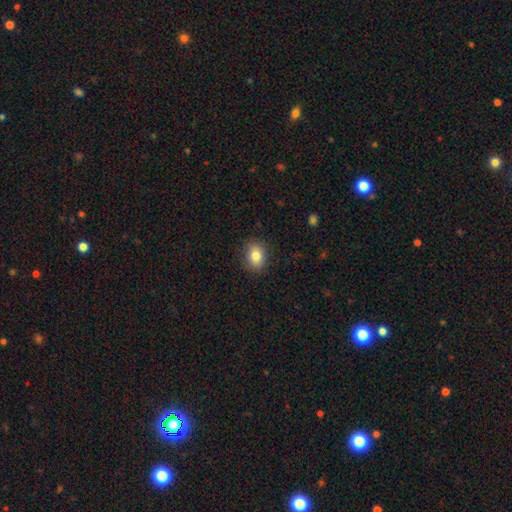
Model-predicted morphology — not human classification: A smooth galaxy with no disk features (82%) that is in between round and cigar-shaped (60%). Merging: none (87%).